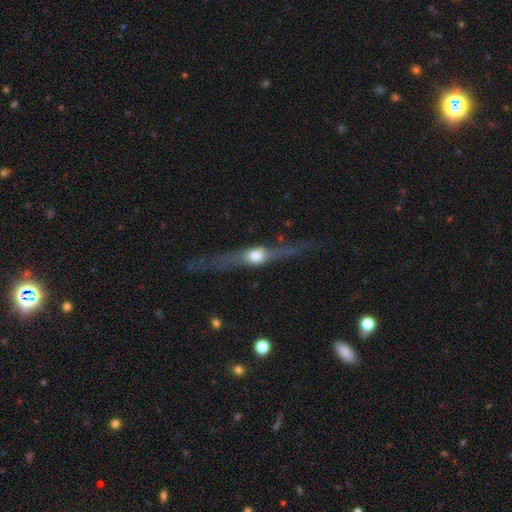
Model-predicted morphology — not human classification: smooth-or-featured: featured or disk: 77% | smooth: 17% | star or artifact: 6%
  disk-edge-on: yes: 94% | no: 6%
    edge-on-bulge: rounded: 95% | boxy: 3% | none: 2%
  merging: none: 79% | minor disturbance: 13% | major disturbance: 6% | merger: 2%